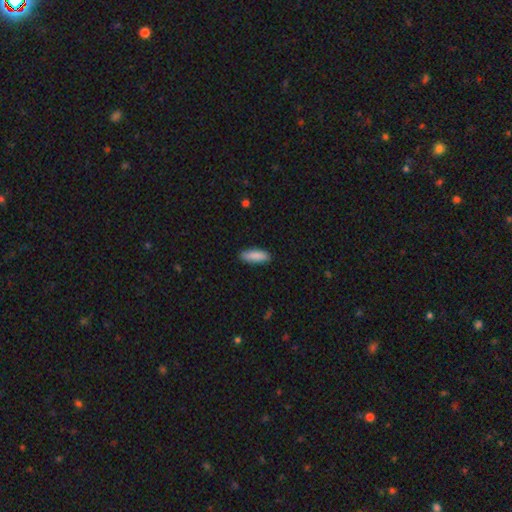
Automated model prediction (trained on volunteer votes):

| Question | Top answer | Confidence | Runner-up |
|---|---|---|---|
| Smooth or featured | smooth | 89% | star or artifact (6%) |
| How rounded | in between | 59% | cigar-shaped (40%) |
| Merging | none | 86% | minor disturbance (11%) |